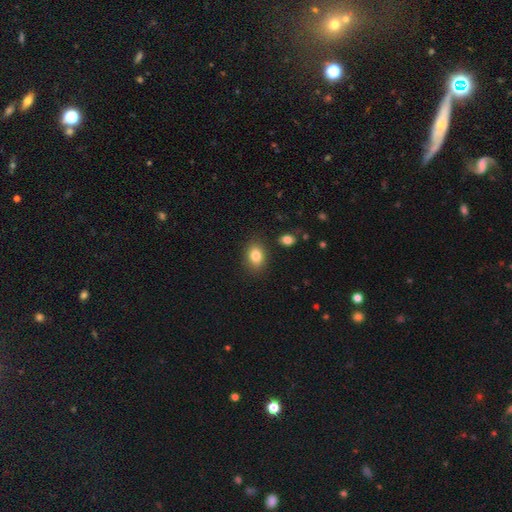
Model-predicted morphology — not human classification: smooth 83%, star or artifact 9%, featured or disk 7%. Down the decision tree: how rounded — in between (70%); merging — none (84%).